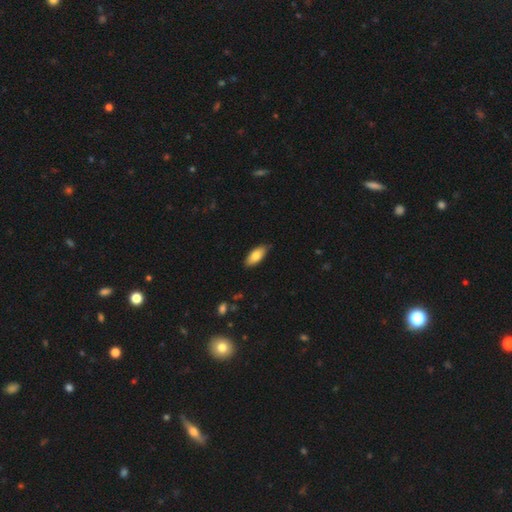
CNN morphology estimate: Smooth or featured? smooth (82%)
How rounded? in between (88%)
Merging? none (82%)